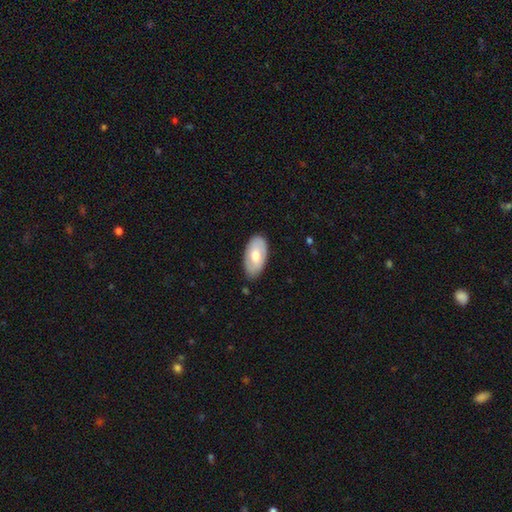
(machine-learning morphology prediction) smooth-or-featured: smooth: 62% | featured or disk: 33% | star or artifact: 5%
  how-rounded: in between: 95% | round: 3% | cigar-shaped: 2%
  merging: none: 83% | minor disturbance: 13% | major disturbance: 3% | merger: 1%